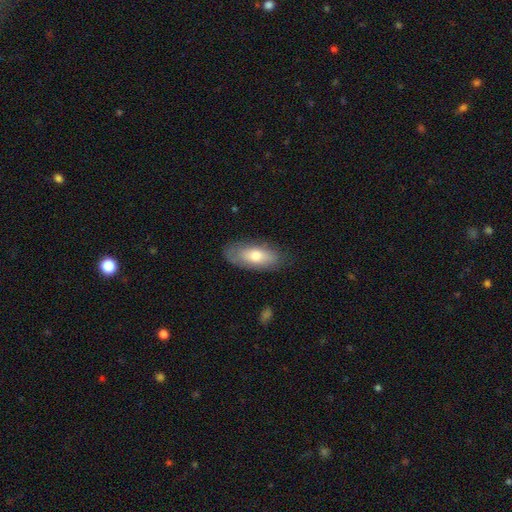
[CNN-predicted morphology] A smooth galaxy with no disk features (65%) that is in between round and cigar-shaped (84%). Merging: none (74%).